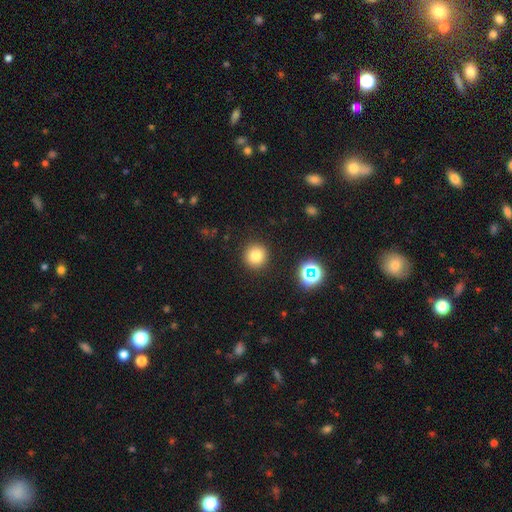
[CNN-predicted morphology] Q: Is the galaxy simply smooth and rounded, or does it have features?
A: smooth — 79%.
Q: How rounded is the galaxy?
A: round — 94%.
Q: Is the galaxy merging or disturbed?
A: none — 90%.